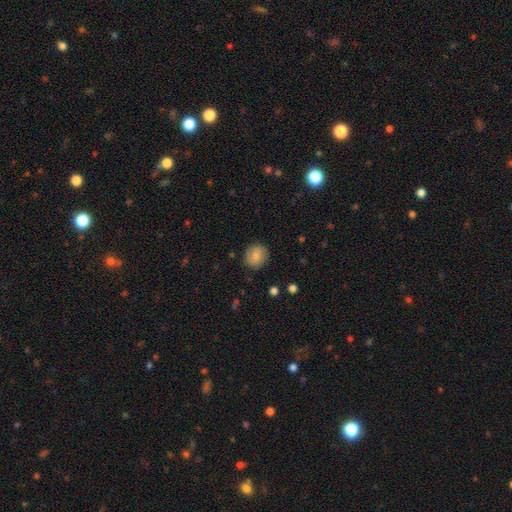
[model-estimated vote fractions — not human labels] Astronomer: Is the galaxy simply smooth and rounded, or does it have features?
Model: smooth — 82%.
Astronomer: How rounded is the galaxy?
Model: round — 75%.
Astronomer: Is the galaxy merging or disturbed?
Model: none — 85%.